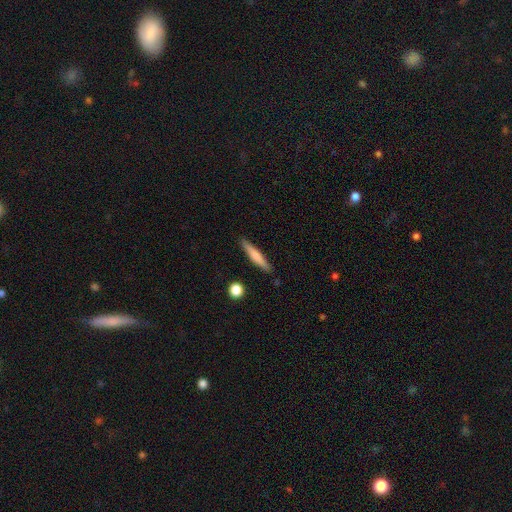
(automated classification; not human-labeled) Smooth or featured: smooth — 67% (featured or disk — 27%)
How rounded: cigar-shaped — 92% (in between — 7%)
Merging: none — 88% (minor disturbance — 8%)